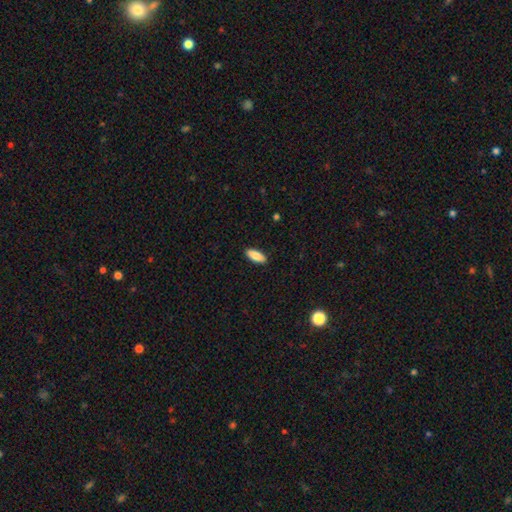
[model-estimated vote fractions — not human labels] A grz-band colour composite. It shows a smooth galaxy with no disk features (85%) that is in between round and cigar-shaped (73%). Merging: none (90%).